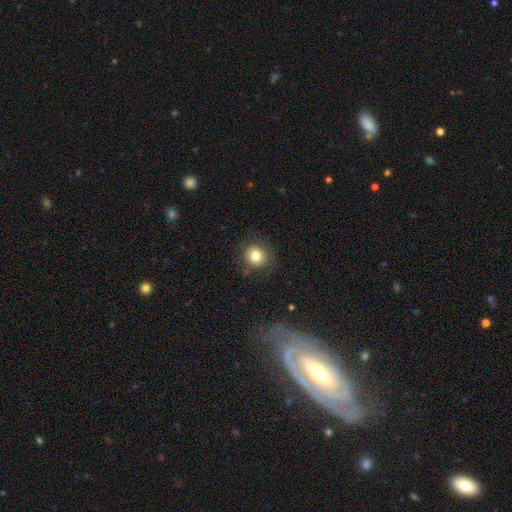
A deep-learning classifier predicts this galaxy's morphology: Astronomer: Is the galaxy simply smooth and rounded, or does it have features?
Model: smooth — 79%.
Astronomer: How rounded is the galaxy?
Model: round — 88%.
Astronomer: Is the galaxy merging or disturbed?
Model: none — 82%.